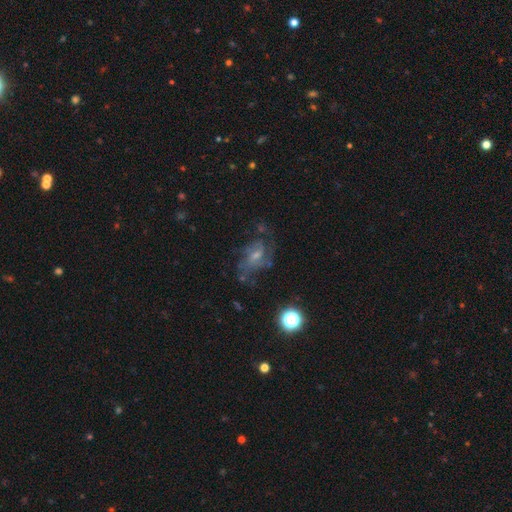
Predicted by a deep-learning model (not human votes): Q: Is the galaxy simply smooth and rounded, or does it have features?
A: featured or disk — 66%.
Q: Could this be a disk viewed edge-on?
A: no — 96%.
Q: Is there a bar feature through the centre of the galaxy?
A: no — 48%.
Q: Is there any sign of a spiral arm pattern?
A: yes — 86%.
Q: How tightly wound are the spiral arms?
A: medium — 48%.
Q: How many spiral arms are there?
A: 2 — 34%.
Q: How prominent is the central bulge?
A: small — 53%.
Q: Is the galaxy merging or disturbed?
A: none — 59%.